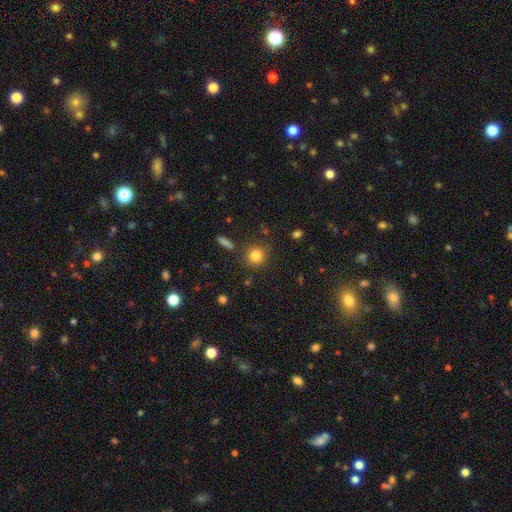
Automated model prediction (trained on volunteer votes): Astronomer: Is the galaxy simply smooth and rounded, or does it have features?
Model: smooth — 81%.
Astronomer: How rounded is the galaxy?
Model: round — 89%.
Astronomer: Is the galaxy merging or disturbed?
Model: none — 84%.